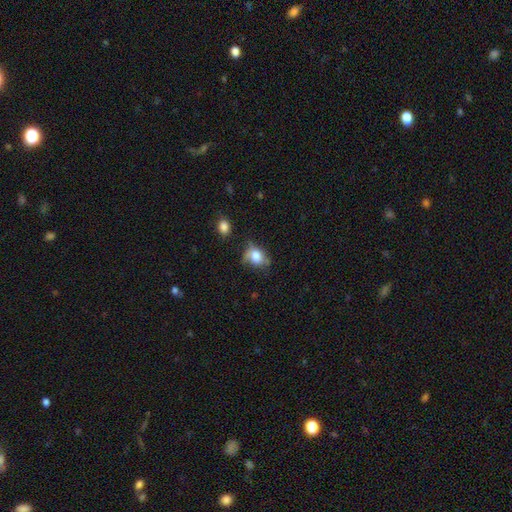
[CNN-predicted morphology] Smooth or featured?
  - smooth: 71% *
  - featured or disk: 19%
  - star or artifact: 10%
How rounded?
  - in between: 60% *
  - round: 38%
  - cigar-shaped: 2%
Merging?
  - none: 41% *
  - minor disturbance: 33%
  - major disturbance: 20%
  - merger: 6%